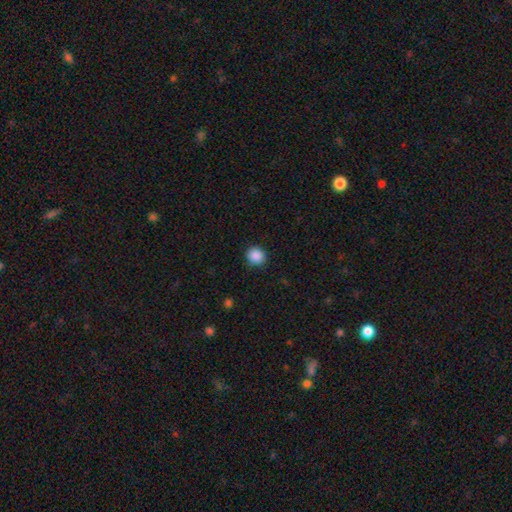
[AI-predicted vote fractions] This is clearly a smooth galaxy (88%). How rounded: clearly round (85%). Merging: clearly none (88%).